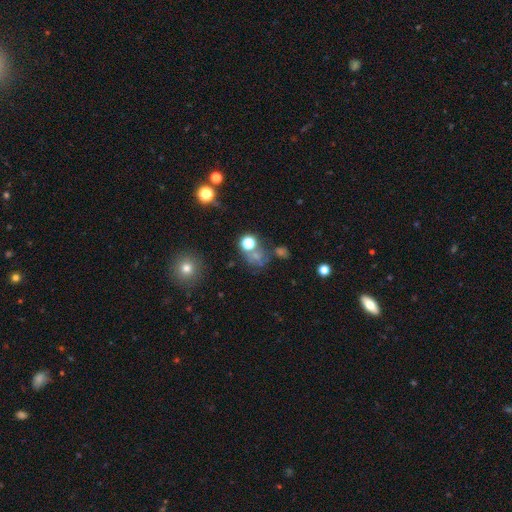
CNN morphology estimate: Q: Smooth or featured?
A: smooth (48%); runner-up: star or artifact (35%)
Q: Merging?
A: none (47%); runner-up: merger (21%)